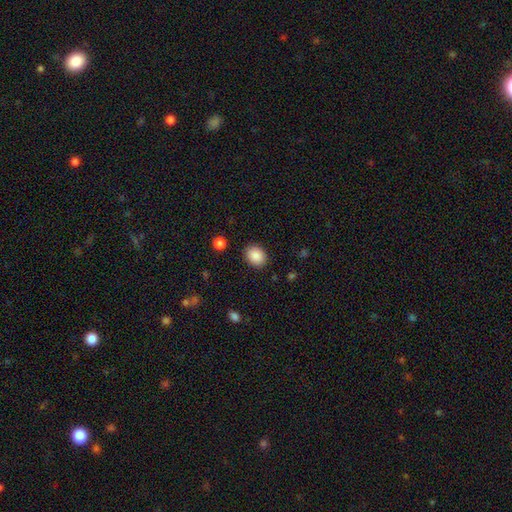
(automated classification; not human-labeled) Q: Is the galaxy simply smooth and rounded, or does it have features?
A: smooth — 88%.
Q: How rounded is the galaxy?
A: round — 59%.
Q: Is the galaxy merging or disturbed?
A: none — 89%.